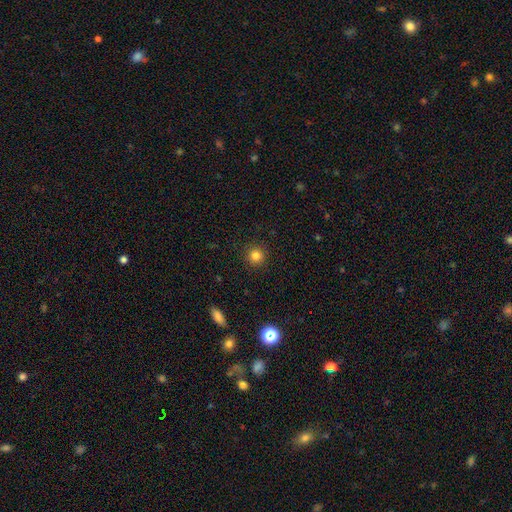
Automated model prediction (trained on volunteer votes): Smooth or featured? smooth (82%)
How rounded? round (95%)
Merging? none (92%)